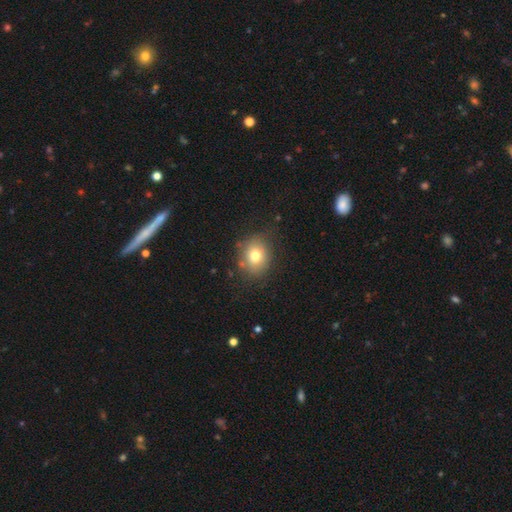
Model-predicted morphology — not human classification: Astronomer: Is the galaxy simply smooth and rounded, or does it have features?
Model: smooth — 75%.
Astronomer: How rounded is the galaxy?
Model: round — 60% (runner-up: in between, 39%).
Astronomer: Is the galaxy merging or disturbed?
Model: none — 78%.